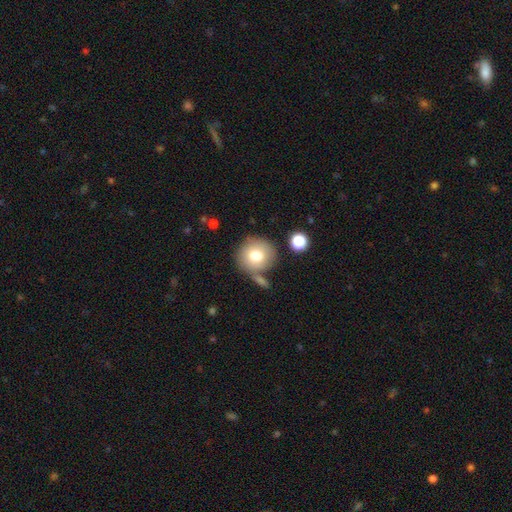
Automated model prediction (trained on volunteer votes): This appears to be a smooth galaxy with no disk features (76%) that is round (91%). Merging: none (70%).